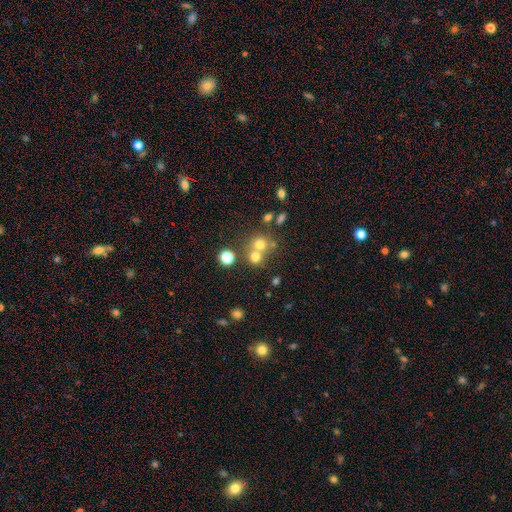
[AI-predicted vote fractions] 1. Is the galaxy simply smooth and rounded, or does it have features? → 64% smooth, 21% star or artifact, 15% featured or disk.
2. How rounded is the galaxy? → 84% round, 15% in between, 1% cigar-shaped.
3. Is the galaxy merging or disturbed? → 48% none, 42% merger, 7% minor disturbance, 4% major disturbance.